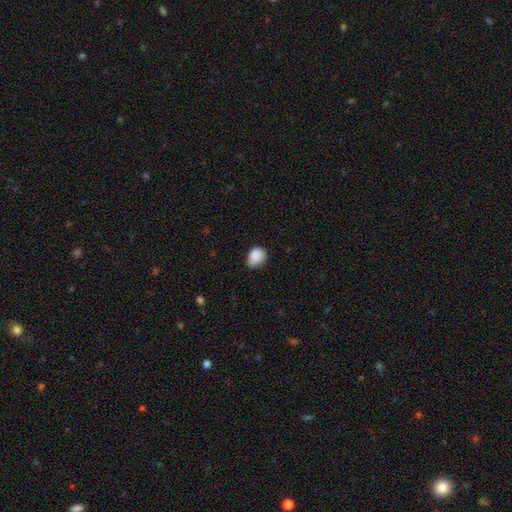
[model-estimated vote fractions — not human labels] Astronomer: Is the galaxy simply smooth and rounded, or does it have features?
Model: smooth — 88%.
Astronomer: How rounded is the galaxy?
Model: in between — 56% (runner-up: round, 43%).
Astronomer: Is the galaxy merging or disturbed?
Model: none — 66%.